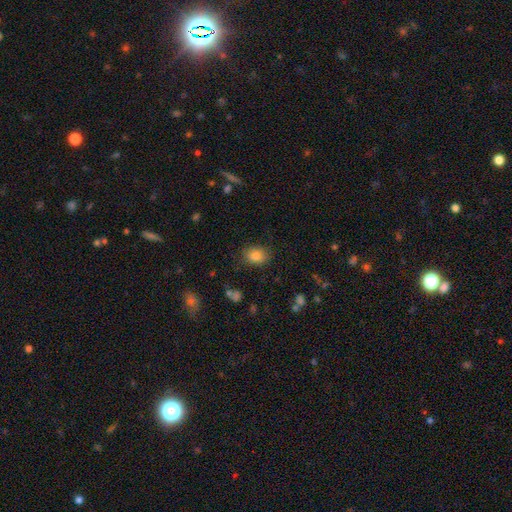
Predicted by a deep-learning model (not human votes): This appears to be a smooth galaxy with no disk features (84%) that is in between round and cigar-shaped (55%). Merging: none (81%).